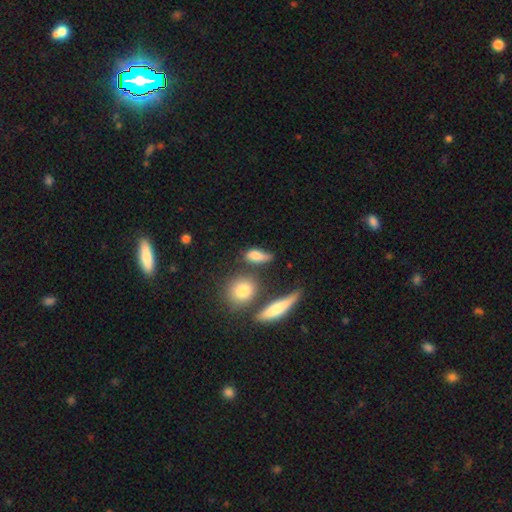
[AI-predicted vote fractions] The model was most divided on "merging": none: 52%, minor disturbance: 23%, merger: 14%, major disturbance: 11%. More confident: smooth or featured — smooth (74%); how rounded — in between (63%).